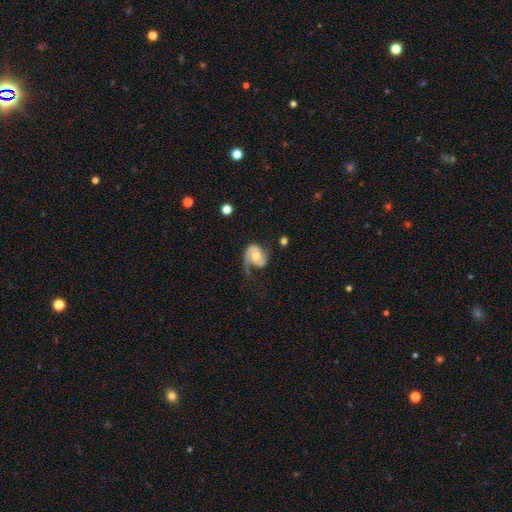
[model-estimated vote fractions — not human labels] Q: Smooth or featured?
A: featured or disk (77%); runner-up: smooth (17%)
Q: Edge-on disk?
A: no (98%); runner-up: yes (2%)
Q: Bar?
A: no (63%); runner-up: weak (29%)
Q: Spiral arms?
A: yes (94%); runner-up: no (6%)
Q: Spiral winding?
A: medium (43%); runner-up: loose (33%)
Q: Spiral arm count?
A: 2 (71%); runner-up: 1 (21%)
Q: Bulge size?
A: moderate (55%); runner-up: small (35%)
Q: Merging?
A: none (47%); runner-up: minor disturbance (26%)